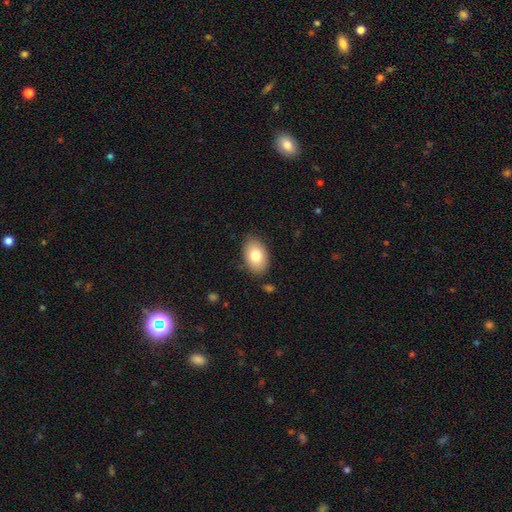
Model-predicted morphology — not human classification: type=smooth (79%); roundness=in between (88%); merging=none (84%).